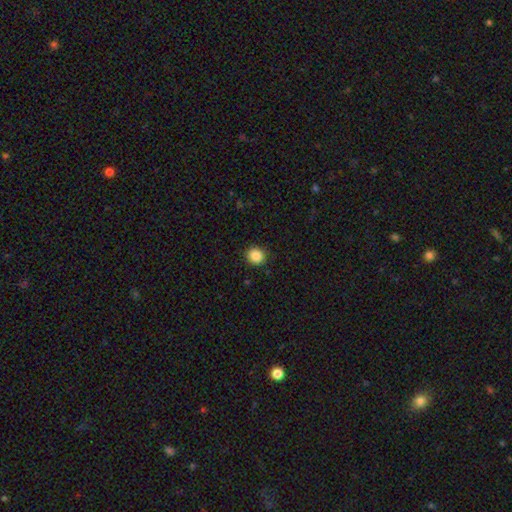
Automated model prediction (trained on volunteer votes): This is clearly a smooth galaxy (87%). How rounded: clearly round (88%). Merging: clearly none (91%).